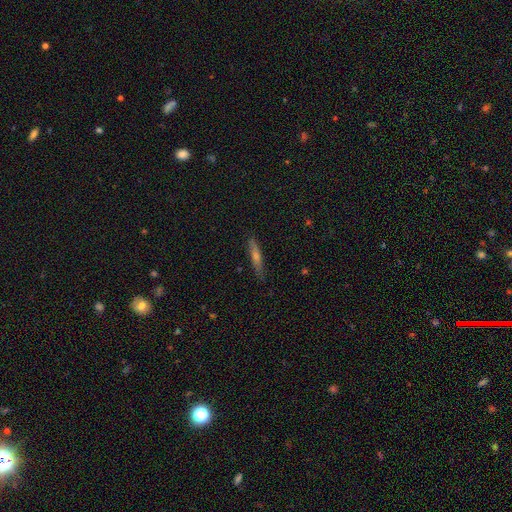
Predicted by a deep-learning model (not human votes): Smooth or featured? Predicted: featured or disk (p=0.51). Edge-on disk? Predicted: yes (p=0.92). Merging? Predicted: none (p=0.86).